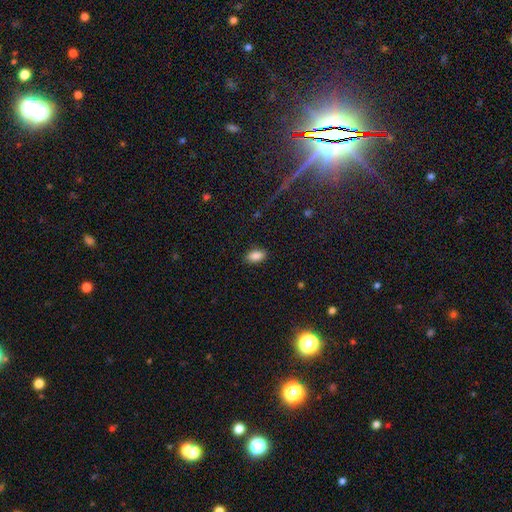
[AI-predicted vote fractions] smooth_or_featured: smooth (p=0.86) [alt: star or artifact p=0.09]
how_rounded: in between (p=0.91) [alt: round p=0.06]
merging: none (p=0.87) [alt: minor disturbance p=0.10]